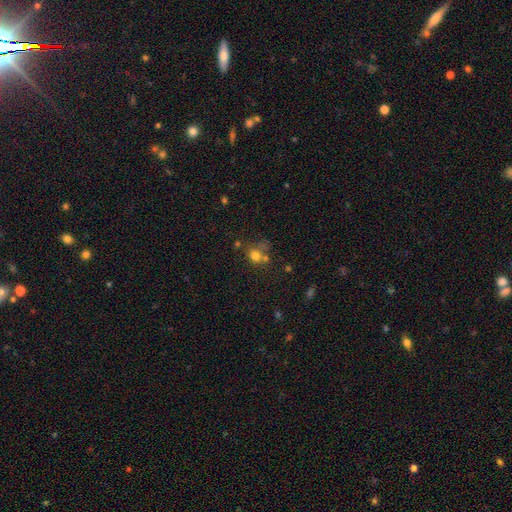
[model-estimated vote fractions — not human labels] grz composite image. It shows a smooth galaxy with no disk features (72%) that is round (69%). Merging: none (45%).